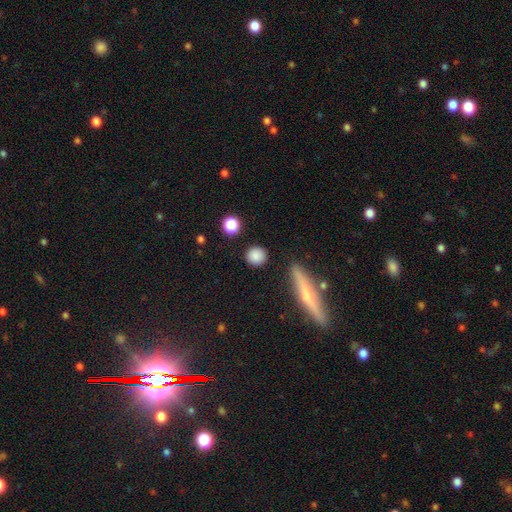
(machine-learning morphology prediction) This is clearly a smooth galaxy (85%). How rounded: clearly round (87%). Merging: clearly none (87%).